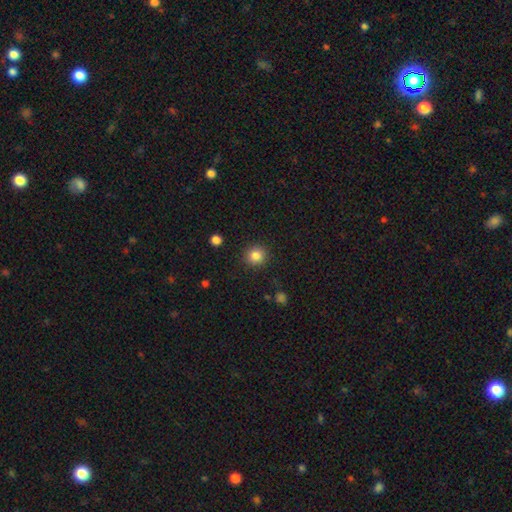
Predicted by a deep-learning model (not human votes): smooth-or-featured: smooth: 84% | star or artifact: 11% | featured or disk: 5%
  how-rounded: round: 92% | in between: 7% | cigar-shaped: 1%
  merging: none: 90% | minor disturbance: 6% | major disturbance: 2% | merger: 1%